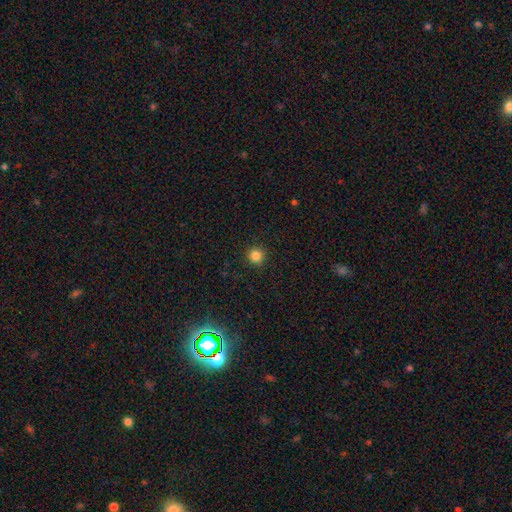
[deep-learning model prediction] Smooth or featured: smooth — 83% (star or artifact — 13%)
How rounded: round — 95% (in between — 4%)
Merging: none — 92% (minor disturbance — 5%)